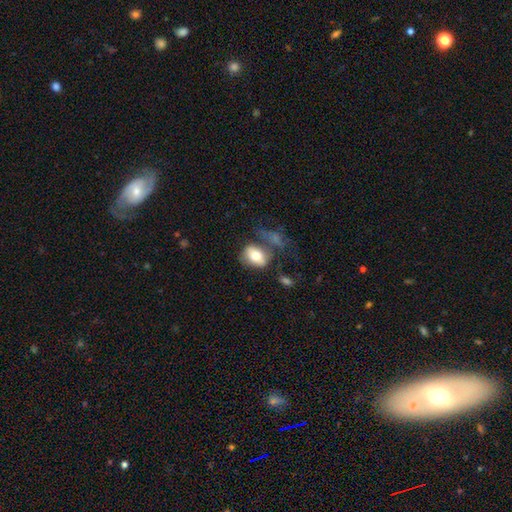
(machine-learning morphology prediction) The model was most divided on "merging": none: 43%, minor disturbance: 22%, major disturbance: 18%, merger: 16%. More confident: how rounded — in between (74%); smooth or featured — smooth (71%).